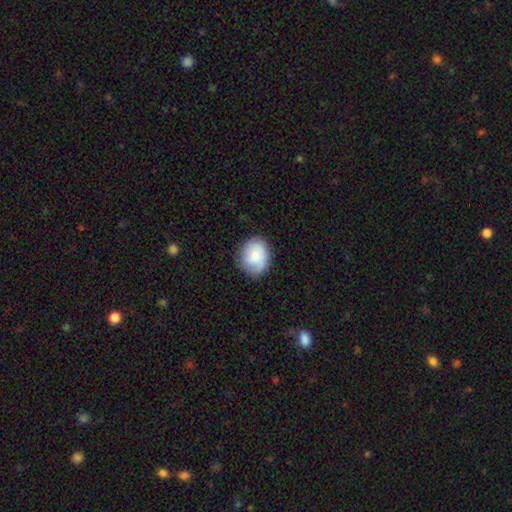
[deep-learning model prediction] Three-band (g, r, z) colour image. It shows a smooth galaxy with no disk features (82%) that is round (60%). Merging: none (75%).